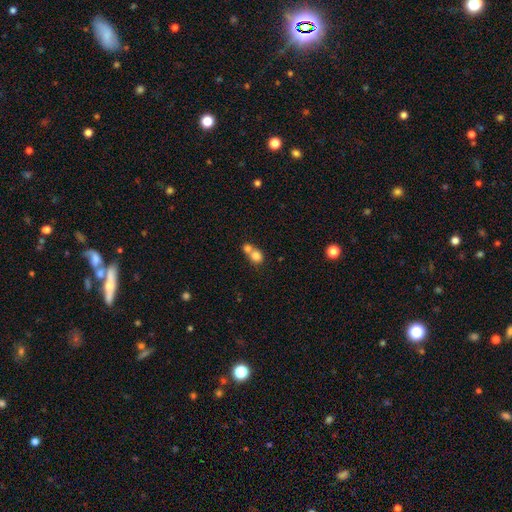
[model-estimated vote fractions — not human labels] smooth_or_featured: smooth (p=0.78) [alt: featured or disk p=0.12]
how_rounded: round (p=0.77) [alt: in between p=0.22]
merging: merger (p=0.61) [alt: none p=0.31]